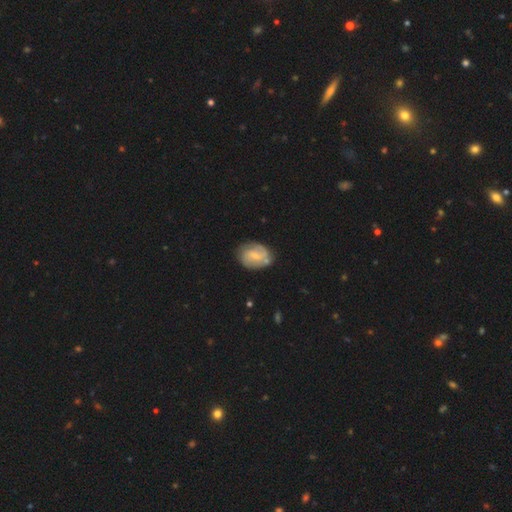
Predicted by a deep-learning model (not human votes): featured or disk 65%, smooth 29%, star or artifact 6%. Down the decision tree: edge-on disk — no (97%); bar — weak (52%); spiral arms — yes (88%); spiral arm count — 2 (61%); spiral winding — medium (42%); bulge size — small (50%); merging — none (68%).